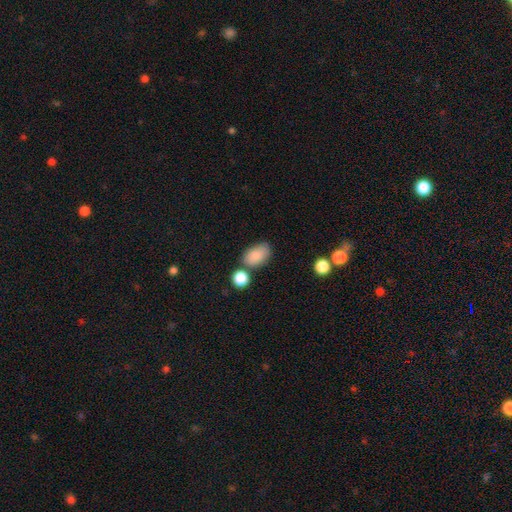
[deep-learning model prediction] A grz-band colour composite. It shows a smooth galaxy with no disk features (86%) that is in between round and cigar-shaped (90%). Merging: none (62%).